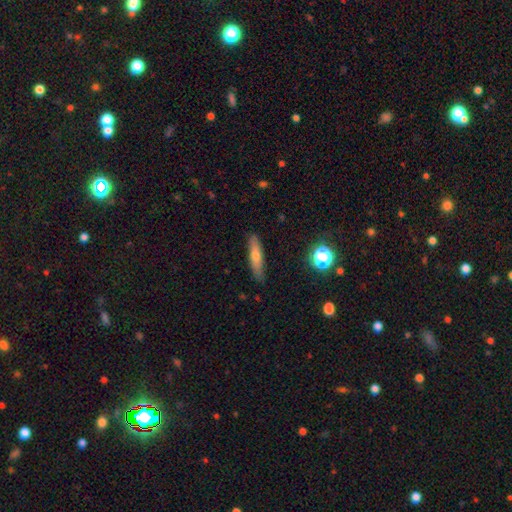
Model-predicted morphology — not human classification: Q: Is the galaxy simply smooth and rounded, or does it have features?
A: smooth — 59%.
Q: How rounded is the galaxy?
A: cigar-shaped — 81%.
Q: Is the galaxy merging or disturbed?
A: none — 86%.